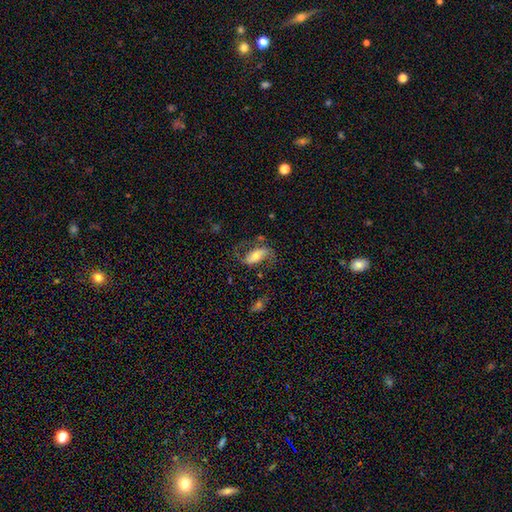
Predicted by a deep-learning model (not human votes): Smooth or featured?
  - featured or disk: 60% *
  - smooth: 31%
  - star or artifact: 8%
Edge-on disk?
  - no: 92% *
  - yes: 8%
Bar?
  - strong: 36% *
  - no: 33%
  - weak: 31%
Spiral arms?
  - yes: 86% *
  - no: 14%
Bulge size?
  - moderate: 52% *
  - small: 28%
  - large: 14%
  - none: 3%
  - dominant: 3%
Merging?
  - none: 59% *
  - minor disturbance: 19%
  - major disturbance: 19%
  - merger: 3%